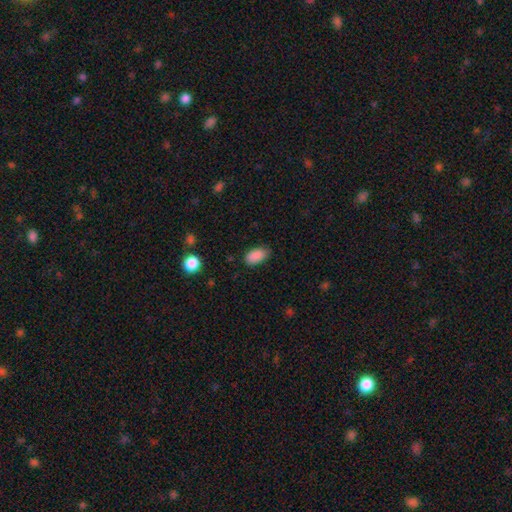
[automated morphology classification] This appears to be a smooth galaxy with no disk features (89%) that is in between round and cigar-shaped (93%). Merging: none (80%).